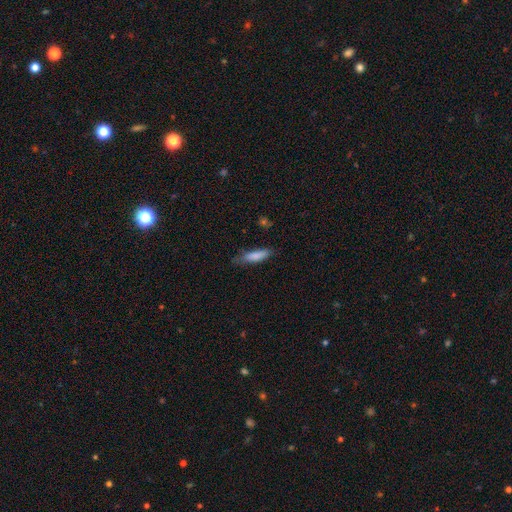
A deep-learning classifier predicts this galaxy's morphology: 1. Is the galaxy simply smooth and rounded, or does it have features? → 80% smooth, 13% featured or disk, 6% star or artifact.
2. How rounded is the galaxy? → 68% cigar-shaped, 30% in between, 2% round.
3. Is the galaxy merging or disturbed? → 68% none, 25% minor disturbance, 6% major disturbance, 2% merger.